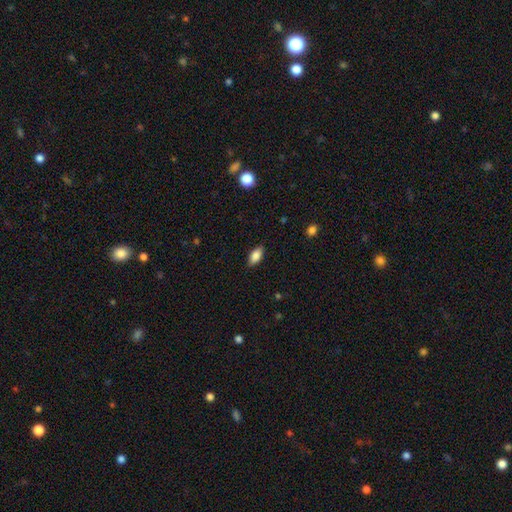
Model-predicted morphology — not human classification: Smooth or featured: smooth — 86% (star or artifact — 7%)
How rounded: in between — 90% (cigar-shaped — 7%)
Merging: none — 86% (minor disturbance — 10%)